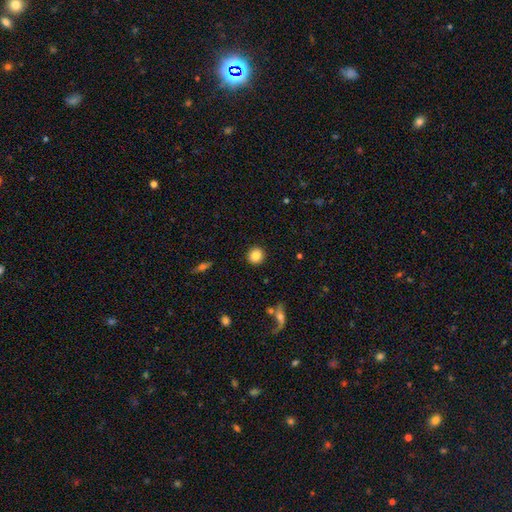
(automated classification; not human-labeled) The model was most divided on "smooth or featured": smooth: 85%, star or artifact: 9%, featured or disk: 6%. More confident: merging — none (91%); how rounded — round (90%).